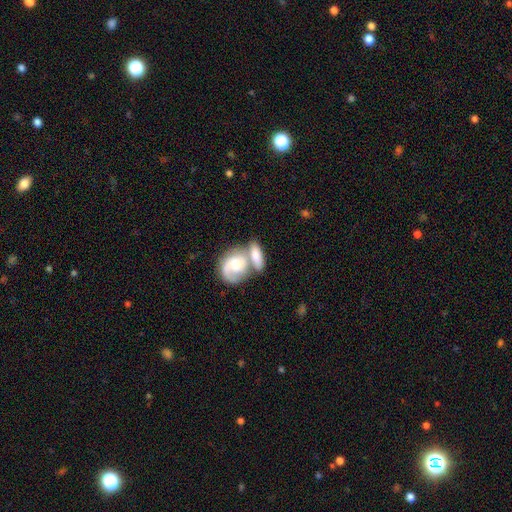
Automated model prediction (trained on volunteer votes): Smooth or featured: smooth — 54% (featured or disk — 40%)
How rounded: in between — 69% (round — 22%)
Merging: merger — 58% (none — 26%)